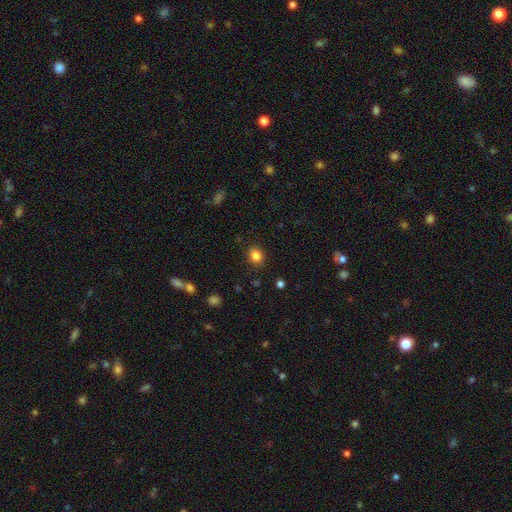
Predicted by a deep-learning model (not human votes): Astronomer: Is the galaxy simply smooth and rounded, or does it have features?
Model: smooth — 84%.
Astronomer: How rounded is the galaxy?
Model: round — 57% (runner-up: in between, 42%).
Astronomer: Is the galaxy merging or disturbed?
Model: none — 88%.